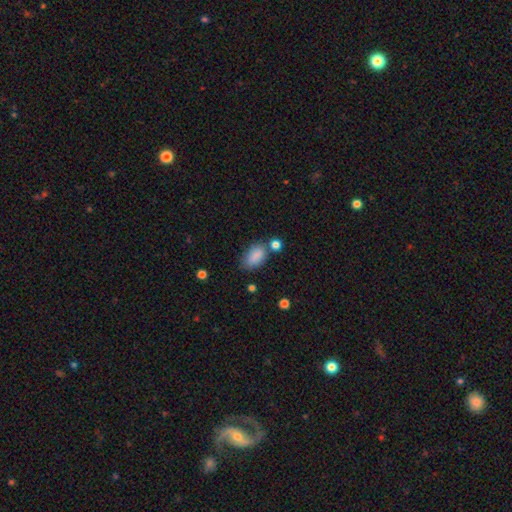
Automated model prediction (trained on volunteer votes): A smooth galaxy with no disk features (85%) that is in between round and cigar-shaped (90%).

Vote fractions:
- Smooth or featured? smooth: 85% / star or artifact: 9% / featured or disk: 6%
- How rounded? in between: 90% / round: 8% / cigar-shaped: 3%
- Merging? none: 59% / minor disturbance: 23% / merger: 11% / major disturbance: 7%